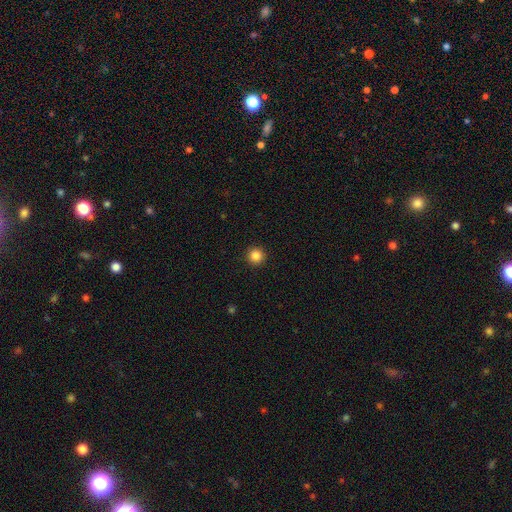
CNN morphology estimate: This appears to be a smooth galaxy with no disk features (85%) that is round (96%). Merging: none (93%).